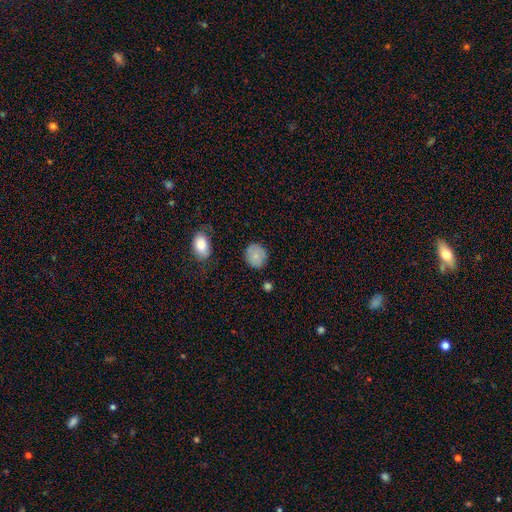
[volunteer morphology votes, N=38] Smooth or featured? smooth (76%)
How rounded? round (55%)
Merging? none (92%)